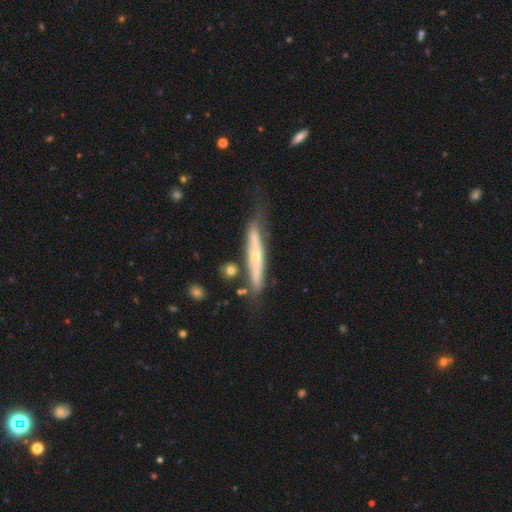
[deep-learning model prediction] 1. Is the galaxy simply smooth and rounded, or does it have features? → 67% featured or disk, 27% smooth, 6% star or artifact.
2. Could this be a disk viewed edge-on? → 76% yes, 24% no.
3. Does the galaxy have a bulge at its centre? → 75% rounded, 22% none, 4% boxy.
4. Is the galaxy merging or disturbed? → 58% none, 26% minor disturbance, 10% major disturbance, 7% merger.